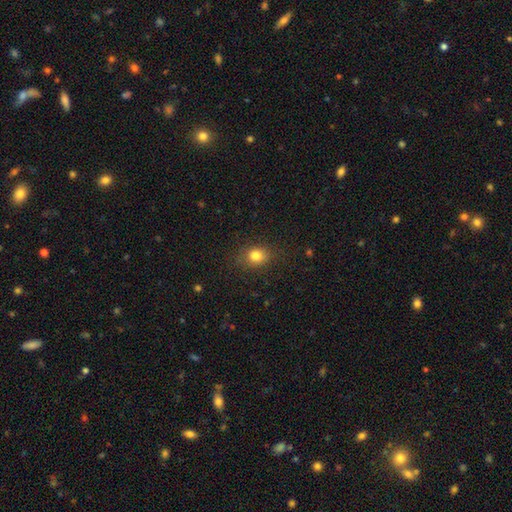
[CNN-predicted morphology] The model was most divided on "how rounded": round: 54%, in between: 44%, cigar-shaped: 1%. More confident: merging — none (83%); smooth or featured — smooth (81%).